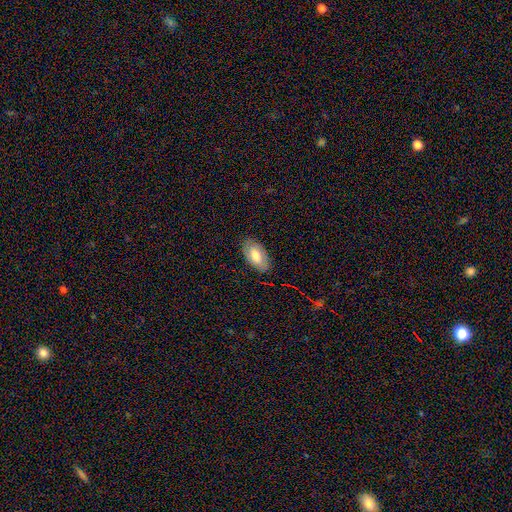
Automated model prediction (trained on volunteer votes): A smooth galaxy with no disk features (71%) that is in between round and cigar-shaped (94%).

Vote fractions:
- Smooth or featured? smooth: 71% / featured or disk: 23% / star or artifact: 6%
- How rounded? in between: 94% / round: 3% / cigar-shaped: 3%
- Merging? none: 84% / minor disturbance: 12% / major disturbance: 3% / merger: 1%